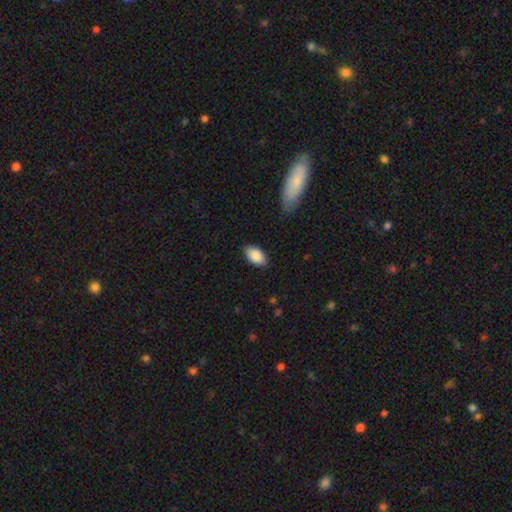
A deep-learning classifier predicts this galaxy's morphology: The model was most divided on "merging": none: 83%, minor disturbance: 13%, major disturbance: 2%, merger: 1%. More confident: how rounded — in between (95%); smooth or featured — smooth (89%).